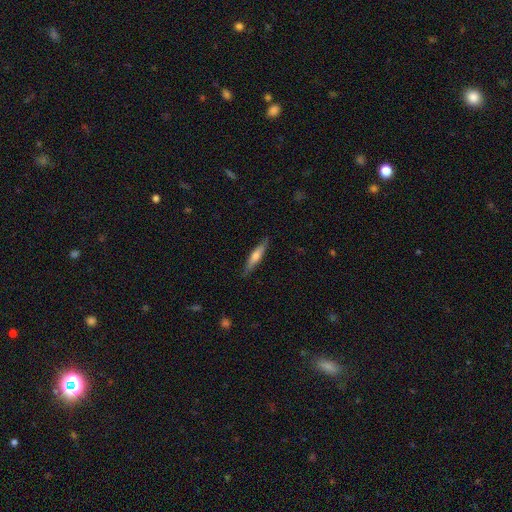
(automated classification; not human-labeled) smooth-or-featured: smooth: 53% | featured or disk: 42% | star or artifact: 5%
  how-rounded: cigar-shaped: 86% | in between: 13% | round: 2%
  merging: none: 86% | minor disturbance: 11% | major disturbance: 2% | merger: 1%